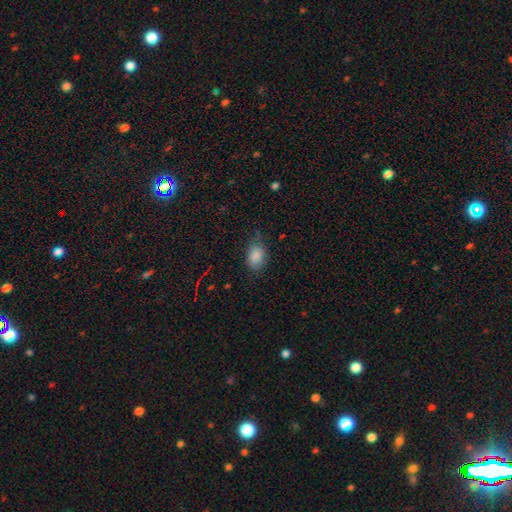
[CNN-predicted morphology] smooth-or-featured: smooth: 85% | star or artifact: 8% | featured or disk: 6%
  how-rounded: in between: 85% | round: 14% | cigar-shaped: 1%
  merging: none: 63% | minor disturbance: 28% | major disturbance: 8% | merger: 2%